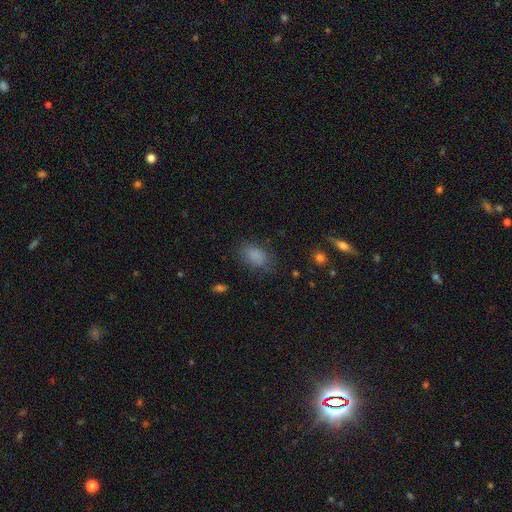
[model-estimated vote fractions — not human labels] A smooth galaxy with no disk features (85%) that is in between round and cigar-shaped (88%). Merging: none (77%).